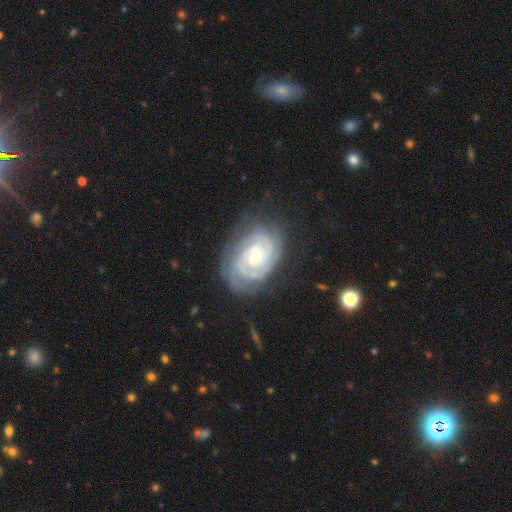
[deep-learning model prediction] This is clearly a featured or disk galaxy (88%). It is clearly not viewed edge-on (98%). Bar: likely no (65%). Spiral arm pattern: clearly yes (98%). Spiral arm count: marginally 2 (36%). Spiral winding: likely tight (79%). Central bulge: likely small (63%). Merging: likely none (74%).